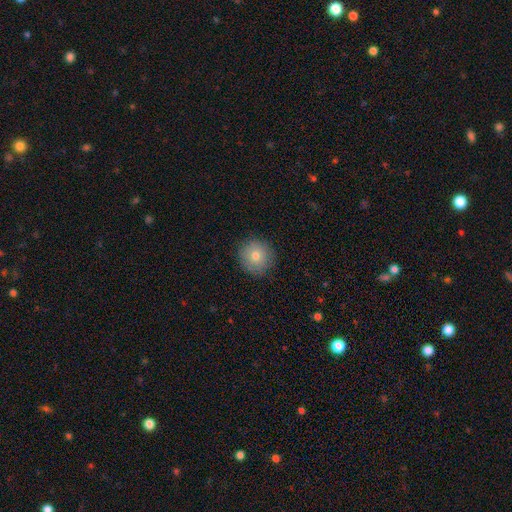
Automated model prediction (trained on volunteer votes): This appears to be a smooth galaxy with no disk features (75%) that is round (95%). Merging: none (89%).